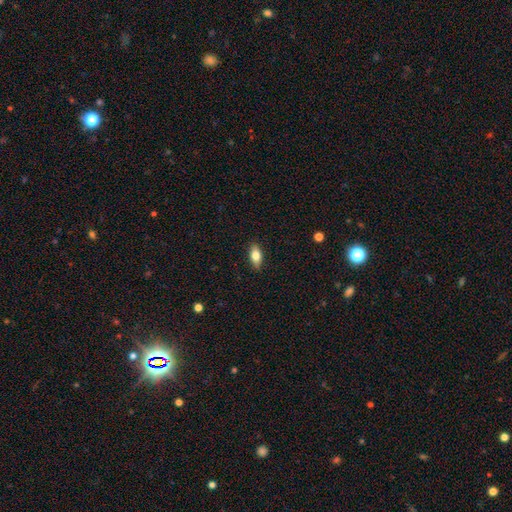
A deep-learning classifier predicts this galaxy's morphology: Smooth or featured: smooth — 73% (featured or disk — 20%)
How rounded: in between — 84% (cigar-shaped — 12%)
Merging: none — 88% (minor disturbance — 9%)